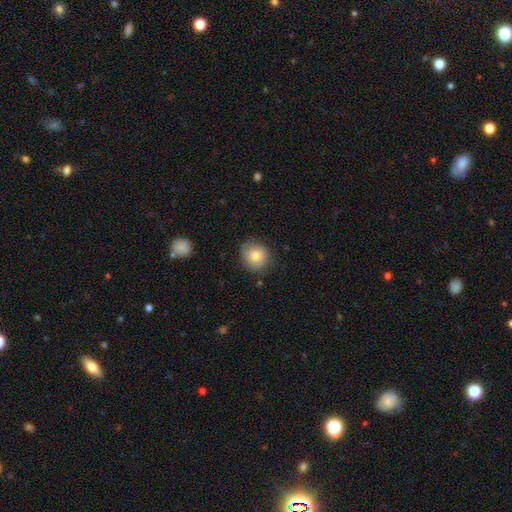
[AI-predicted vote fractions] Smooth or featured: smooth — 80% (featured or disk — 12%)
How rounded: round — 85% (in between — 14%)
Merging: none — 75% (minor disturbance — 19%)